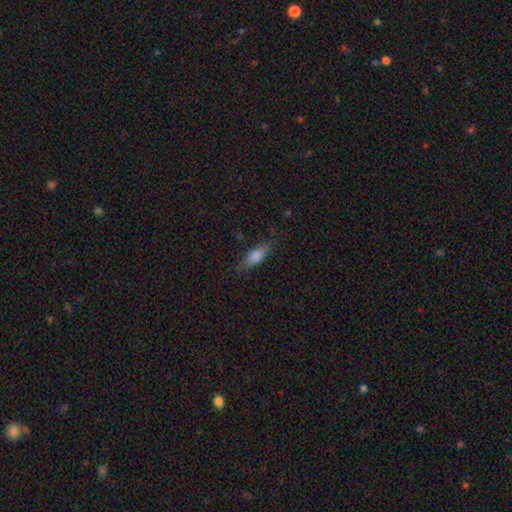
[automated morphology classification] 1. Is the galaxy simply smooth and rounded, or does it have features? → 77% smooth, 15% featured or disk, 7% star or artifact.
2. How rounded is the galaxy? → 68% in between, 29% cigar-shaped, 3% round.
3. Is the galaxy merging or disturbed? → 77% none, 17% minor disturbance, 4% major disturbance, 1% merger.